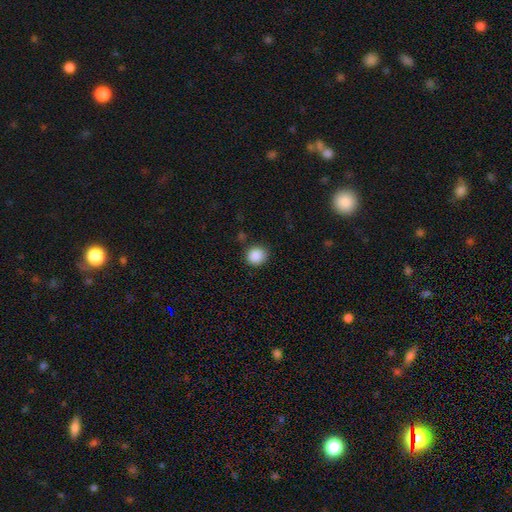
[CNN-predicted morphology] The model was most divided on "how rounded": round: 87%, in between: 12%, cigar-shaped: 1%. More confident: smooth or featured — smooth (88%); merging — none (86%).